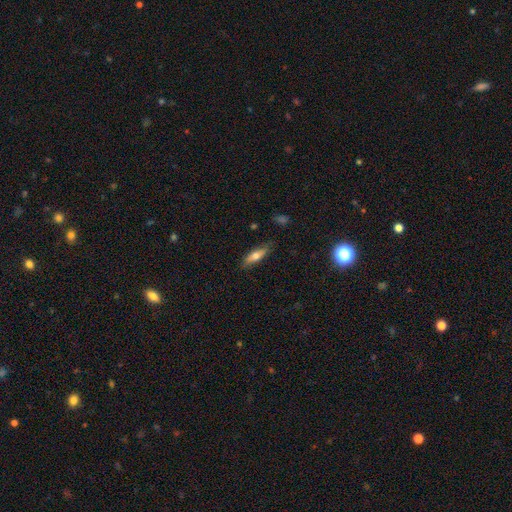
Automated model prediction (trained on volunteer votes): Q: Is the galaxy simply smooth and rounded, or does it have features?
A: smooth — 59%.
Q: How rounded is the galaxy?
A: cigar-shaped — 57%.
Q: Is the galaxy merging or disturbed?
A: none — 79%.